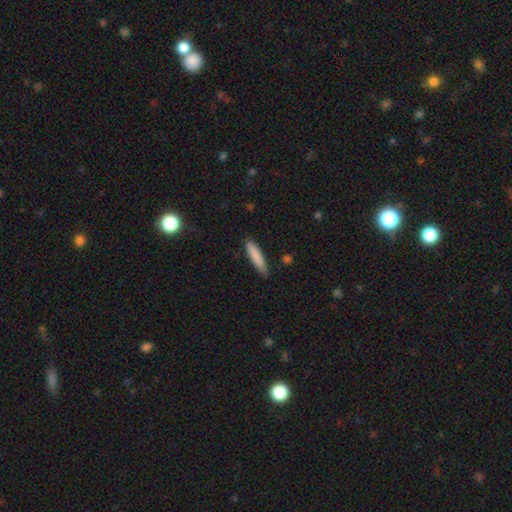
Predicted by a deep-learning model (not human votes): This appears to be a smooth galaxy with no disk features (84%) that is cigar-shaped (81%). Merging: none (80%).